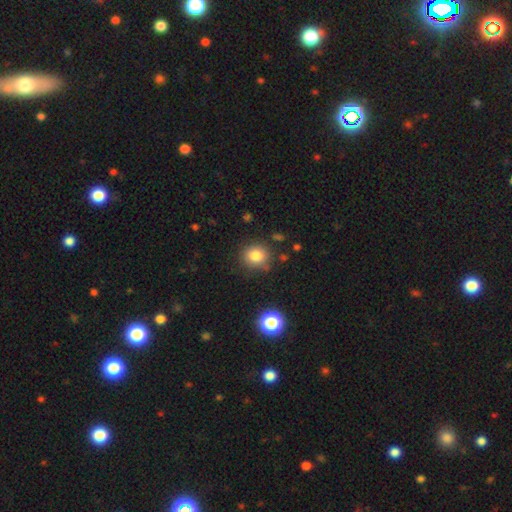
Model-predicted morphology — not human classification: Q: Smooth or featured?
A: smooth (82%); runner-up: star or artifact (12%)
Q: How rounded?
A: round (81%); runner-up: in between (19%)
Q: Merging?
A: none (83%); runner-up: minor disturbance (11%)